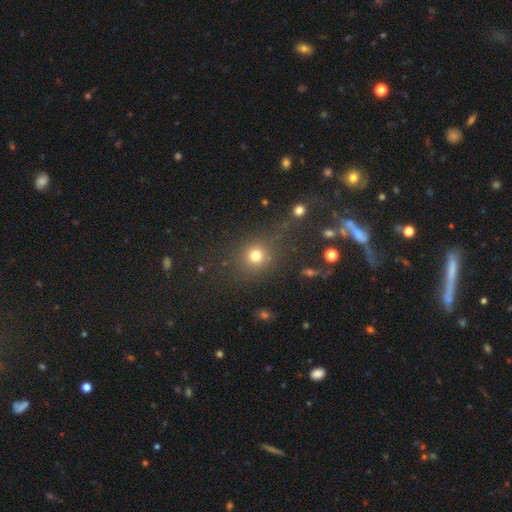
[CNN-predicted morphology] A smooth galaxy with no disk features (75%) that is round (87%). Merging: none (74%).